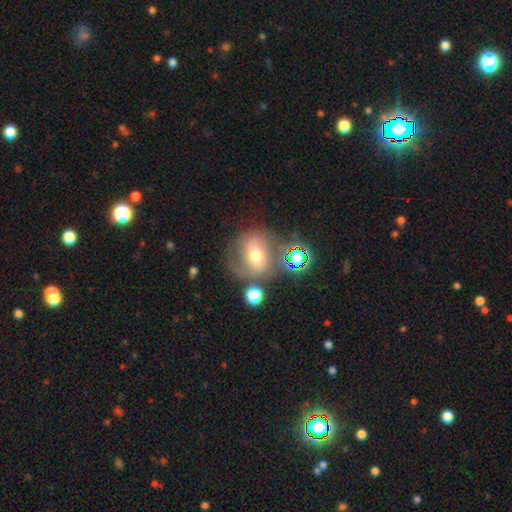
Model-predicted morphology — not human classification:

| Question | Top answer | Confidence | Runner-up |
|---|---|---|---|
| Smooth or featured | featured or disk | 47% | smooth (36%) |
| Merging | none | 55% | minor disturbance (20%) |